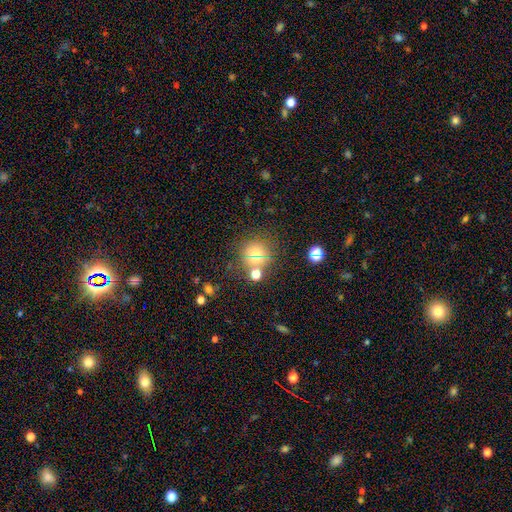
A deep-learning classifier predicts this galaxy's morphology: Q: Smooth or featured?
A: smooth (63%); runner-up: star or artifact (25%)
Q: How rounded?
A: round (88%); runner-up: in between (11%)
Q: Merging?
A: none (70%); runner-up: merger (14%)